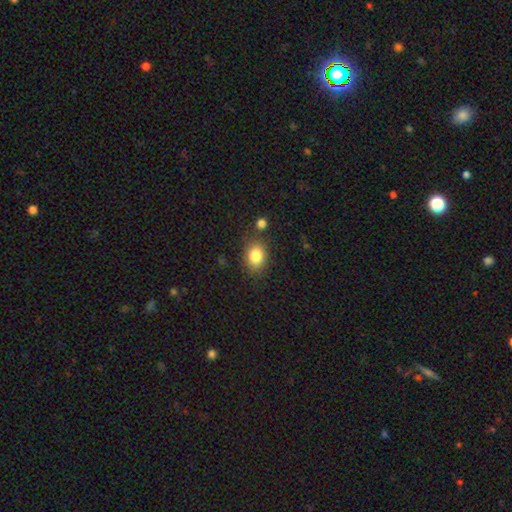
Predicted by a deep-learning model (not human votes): A smooth galaxy with no disk features (83%) that is in between round and cigar-shaped (58%). Merging: none (79%).